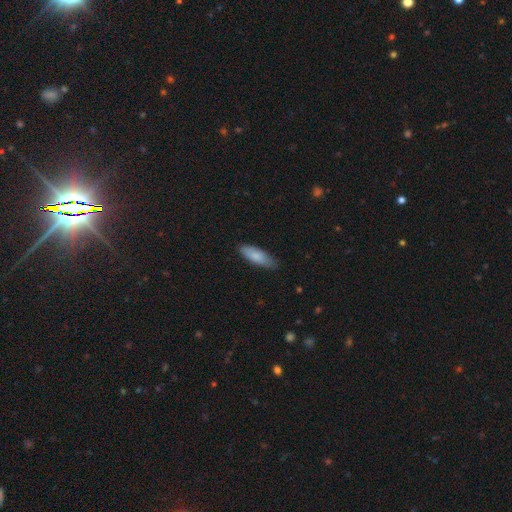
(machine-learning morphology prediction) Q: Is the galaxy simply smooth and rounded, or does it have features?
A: smooth — 82%.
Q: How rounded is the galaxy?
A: in between — 64%.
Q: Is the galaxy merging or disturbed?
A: none — 82%.